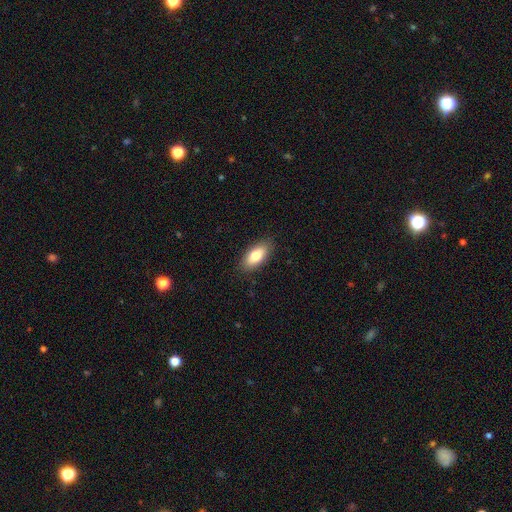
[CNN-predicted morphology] type=smooth (79%); roundness=in between (88%); merging=none (87%).